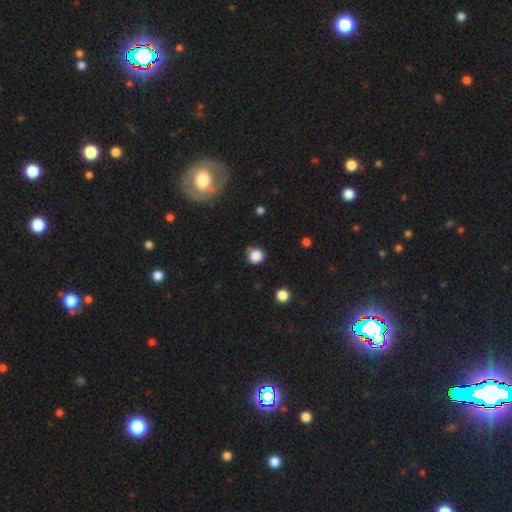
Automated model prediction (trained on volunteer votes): This appears to be a smooth galaxy with no disk features (85%) that is round (90%). Merging: none (78%).